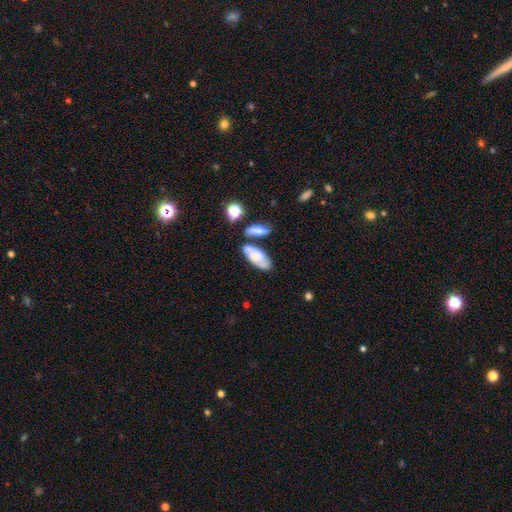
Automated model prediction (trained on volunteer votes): smooth-or-featured: smooth: 53% | featured or disk: 38% | star or artifact: 8%
  how-rounded: in between: 83% | cigar-shaped: 14% | round: 3%
  merging: none: 44% | merger: 29% | minor disturbance: 19% | major disturbance: 8%